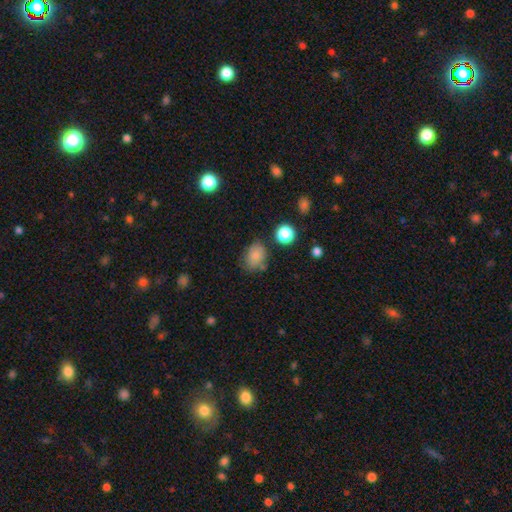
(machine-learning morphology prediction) Smooth or featured: smooth — 80% (star or artifact — 11%)
How rounded: in between — 66% (round — 33%)
Merging: none — 65% (minor disturbance — 21%)